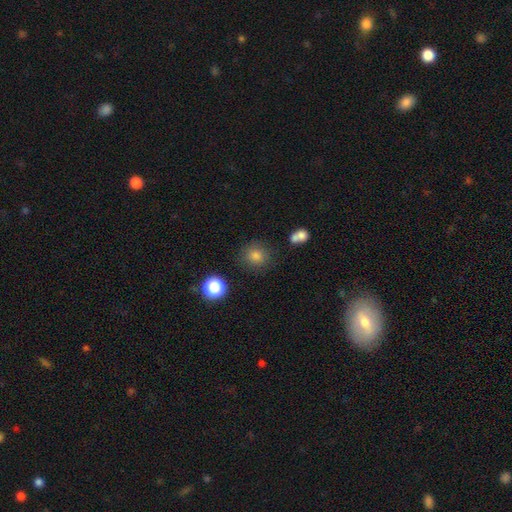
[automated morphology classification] smooth_or_featured: smooth (p=0.79) [alt: star or artifact p=0.15]
how_rounded: round (p=0.89) [alt: in between p=0.10]
merging: none (p=0.83) [alt: minor disturbance p=0.09]